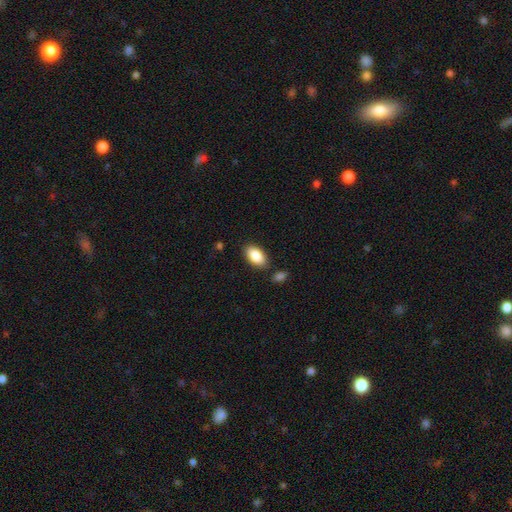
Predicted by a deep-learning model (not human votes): This appears to be a smooth galaxy with no disk features (88%) that is in between round and cigar-shaped (94%). Merging: none (83%).